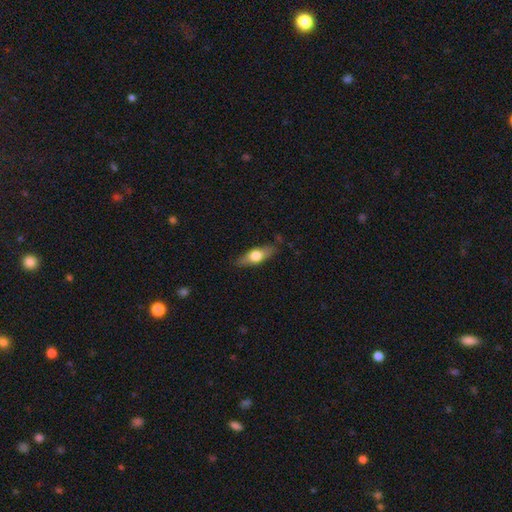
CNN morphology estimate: Smooth or featured? Predicted: smooth (p=0.52). How rounded? Predicted: in between (p=0.56). Merging? Predicted: none (p=0.81).